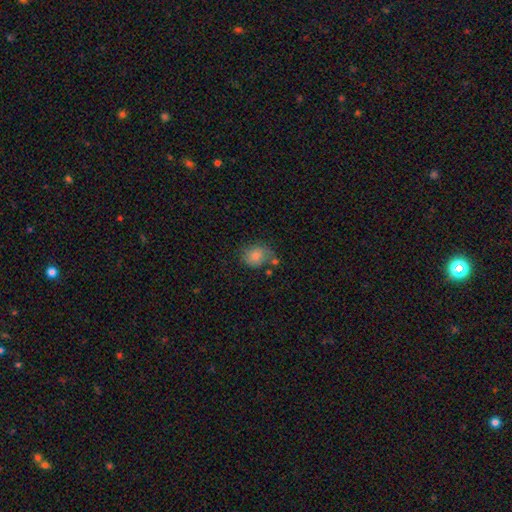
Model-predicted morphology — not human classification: type=smooth (83%); roundness=round (64%); merging=none (56%).